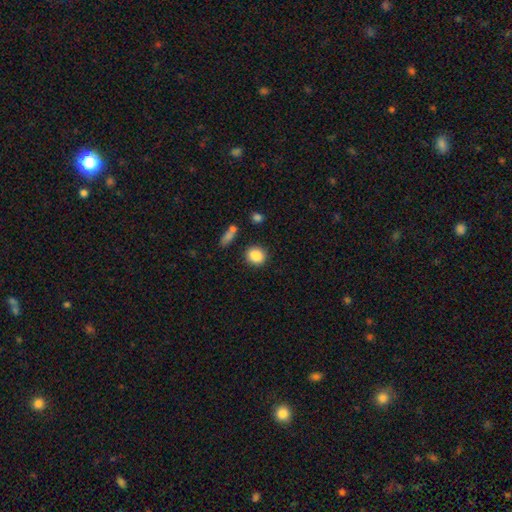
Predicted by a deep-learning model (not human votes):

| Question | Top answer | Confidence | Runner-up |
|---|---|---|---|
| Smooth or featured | smooth | 87% | star or artifact (9%) |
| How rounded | round | 74% | in between (25%) |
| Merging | none | 86% | minor disturbance (8%) |